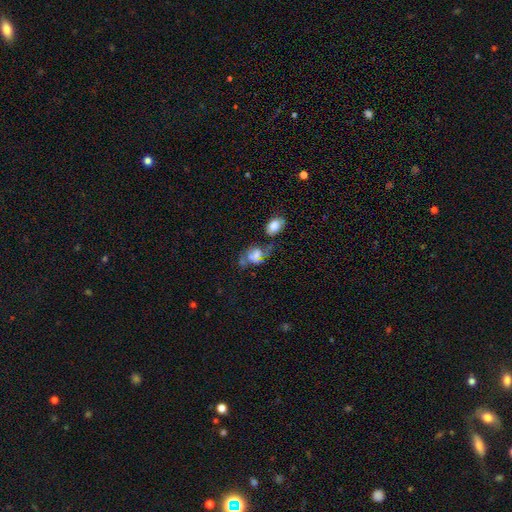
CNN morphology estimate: type=smooth (48%); merging=none (33%).